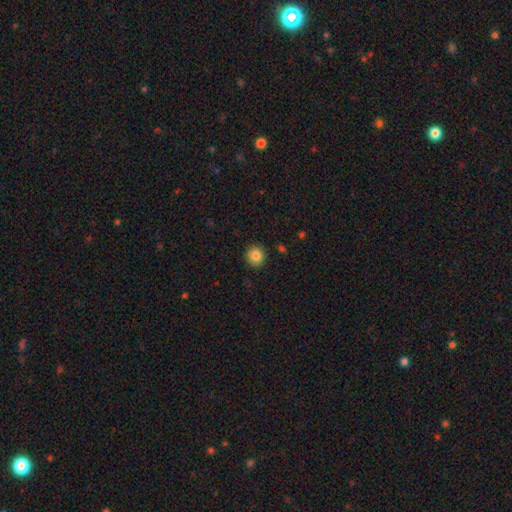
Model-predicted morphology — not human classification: Smooth or featured? Predicted: smooth (p=0.84). How rounded? Predicted: round (p=0.93). Merging? Predicted: none (p=0.91).